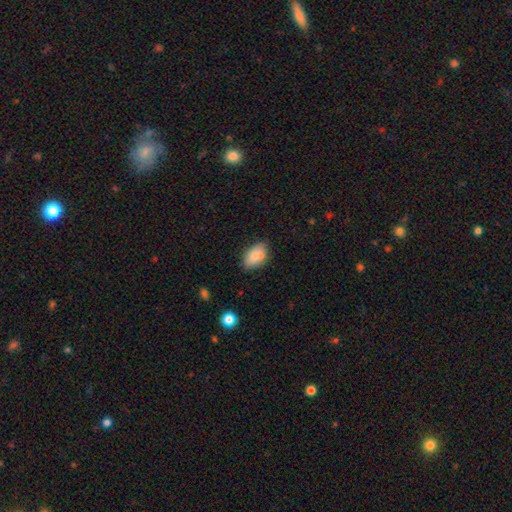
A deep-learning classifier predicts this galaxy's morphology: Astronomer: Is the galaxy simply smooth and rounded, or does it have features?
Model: smooth — 80%.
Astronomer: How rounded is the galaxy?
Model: in between — 91%.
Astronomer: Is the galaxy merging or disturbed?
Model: none — 67%.